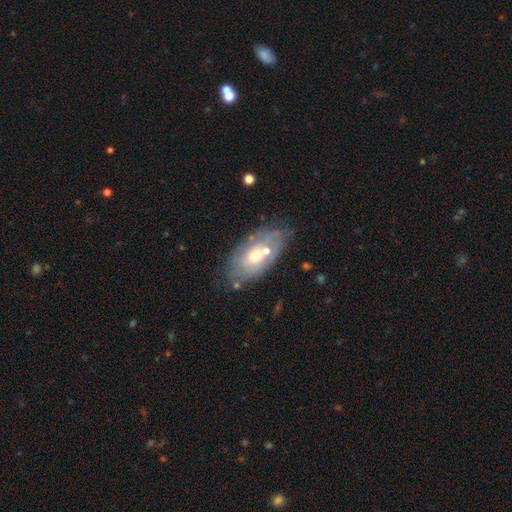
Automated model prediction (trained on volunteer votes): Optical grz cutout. It shows a featured or disk galaxy (47%). Merging: none (59%).